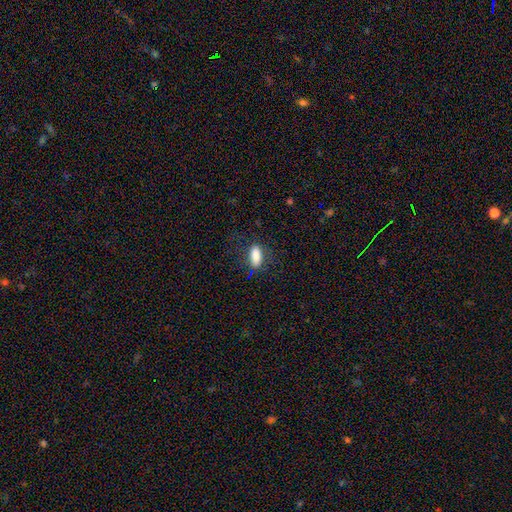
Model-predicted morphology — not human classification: Overall: smooth (83%). How rounded: in between (78%). Merging: none (73%).